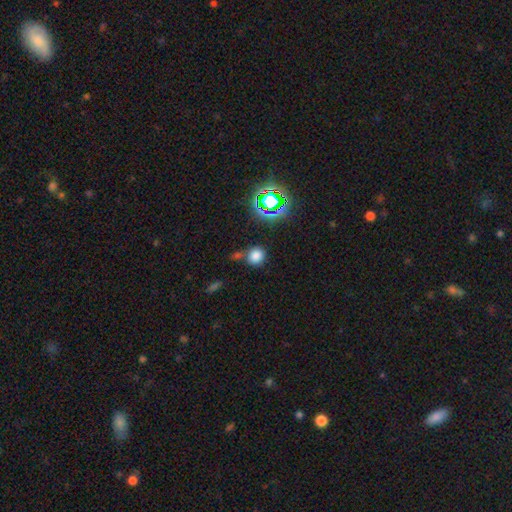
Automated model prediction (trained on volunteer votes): Smooth or featured? Predicted: smooth (p=0.74). How rounded? Predicted: round (p=0.85). Merging? Predicted: none (p=0.69).